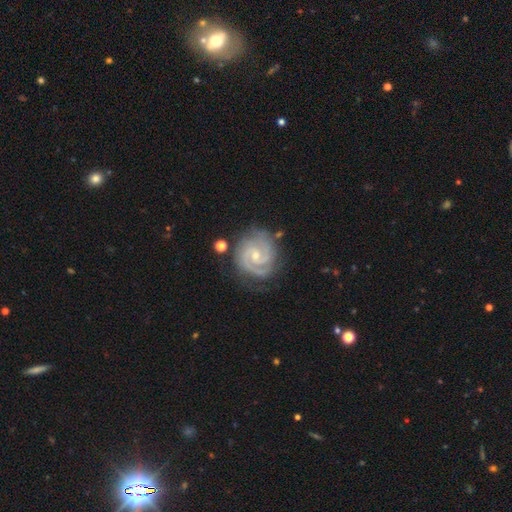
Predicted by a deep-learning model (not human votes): The model was most divided on "bar": no: 53%, weak: 38%, strong: 8%. More confident: spiral arms — yes (98%); edge-on disk — no (98%); smooth or featured — featured or disk (91%); merging — none (76%); spiral arm count — 2 (68%); bulge size — small (67%); spiral winding — tight (66%).